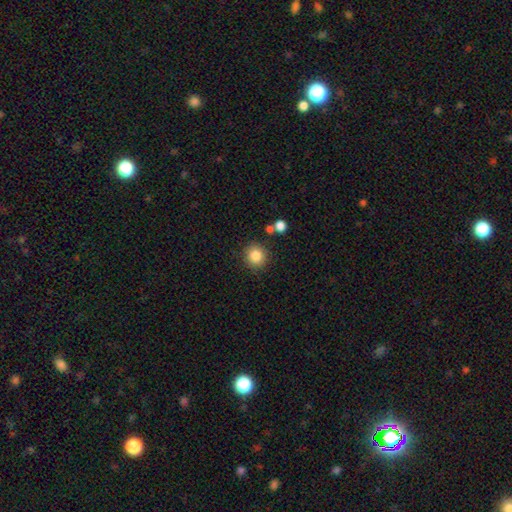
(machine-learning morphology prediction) Smooth or featured? smooth (85%)
How rounded? round (90%)
Merging? none (85%)